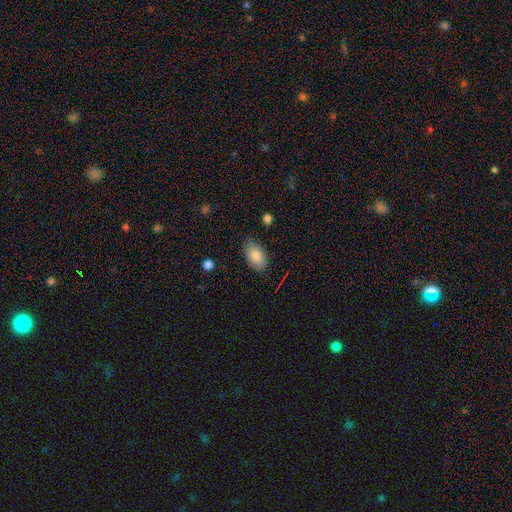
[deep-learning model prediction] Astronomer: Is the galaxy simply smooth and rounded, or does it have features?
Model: smooth — 84%.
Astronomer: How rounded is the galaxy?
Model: in between — 93%.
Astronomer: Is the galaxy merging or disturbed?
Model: none — 79%.